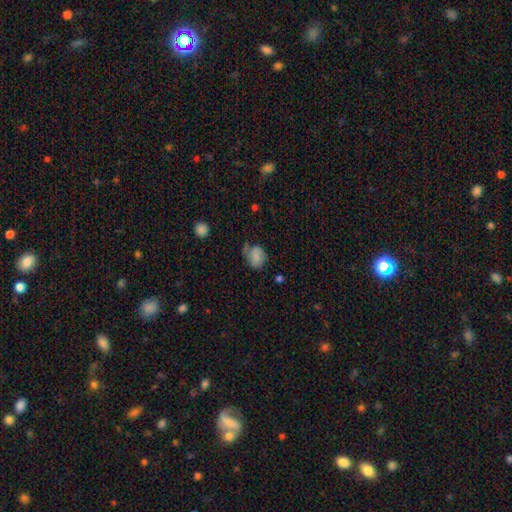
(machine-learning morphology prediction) Overall: smooth (66%). How rounded: in between (51%; round 48%). Merging: none (41%; minor disturbance 34%).